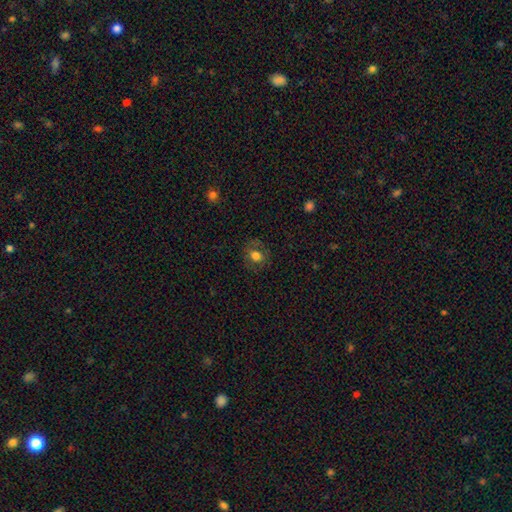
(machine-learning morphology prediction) Smooth or featured?
  - smooth: 68% *
  - featured or disk: 21%
  - star or artifact: 11%
How rounded?
  - round: 66% *
  - in between: 33%
  - cigar-shaped: 1%
Merging?
  - none: 79% *
  - minor disturbance: 13%
  - major disturbance: 6%
  - merger: 1%